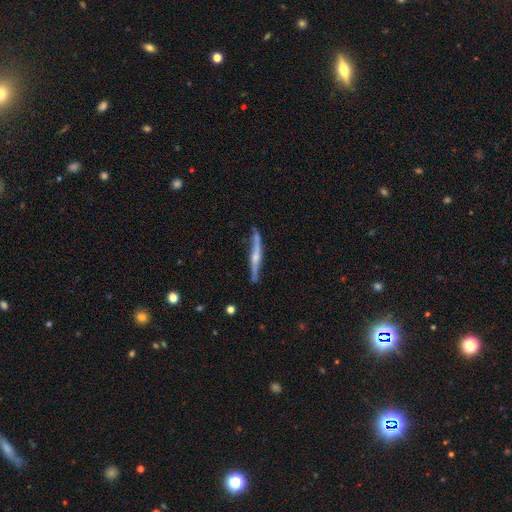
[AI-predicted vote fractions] A featured or disk galaxy (74%) viewed edge-on (92%) with a rounded central bulge (77%). Merging: none (75%).